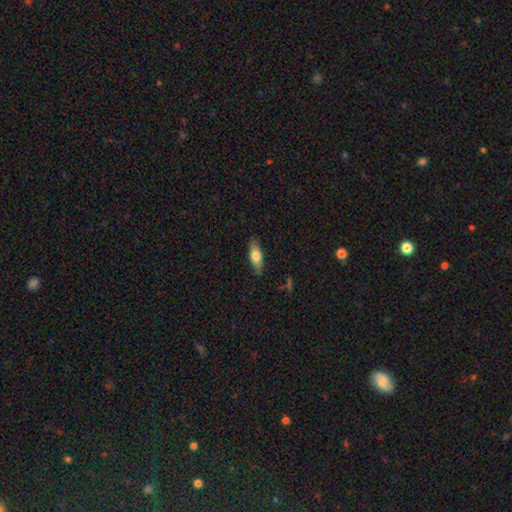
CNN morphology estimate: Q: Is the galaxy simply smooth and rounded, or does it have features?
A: smooth — 66%.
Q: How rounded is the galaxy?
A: in between — 67%.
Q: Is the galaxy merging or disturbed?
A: none — 84%.